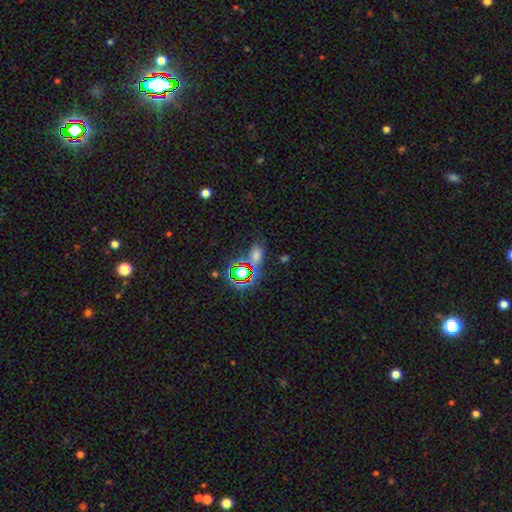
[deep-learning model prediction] A smooth galaxy with no disk features (49%). Merging: none (69%).